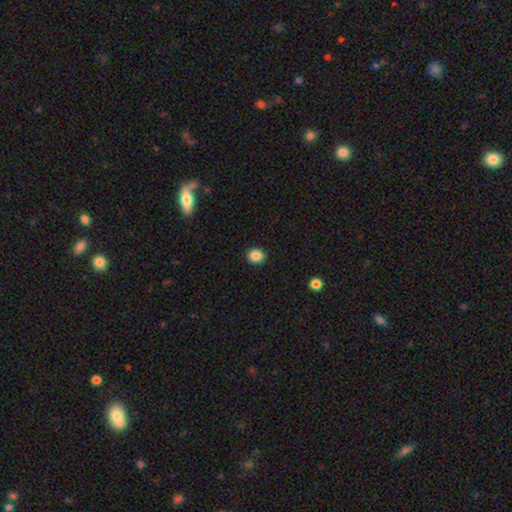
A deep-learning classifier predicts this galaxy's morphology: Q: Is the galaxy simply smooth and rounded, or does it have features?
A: smooth — 87%.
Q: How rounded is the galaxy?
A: round — 70%.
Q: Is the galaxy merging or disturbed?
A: none — 92%.